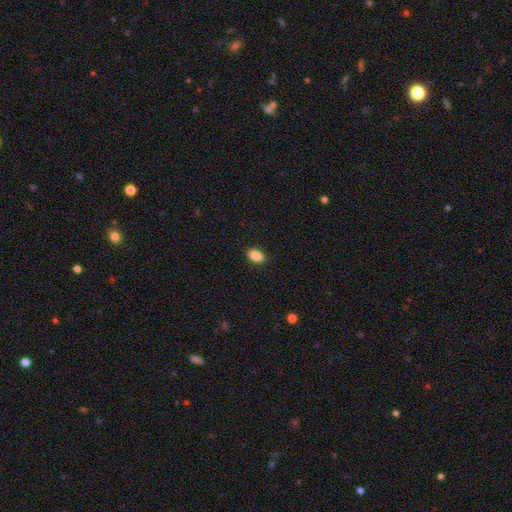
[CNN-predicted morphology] The model was most divided on "smooth or featured": smooth: 88%, star or artifact: 8%, featured or disk: 4%. More confident: how rounded — in between (90%); merging — none (89%).